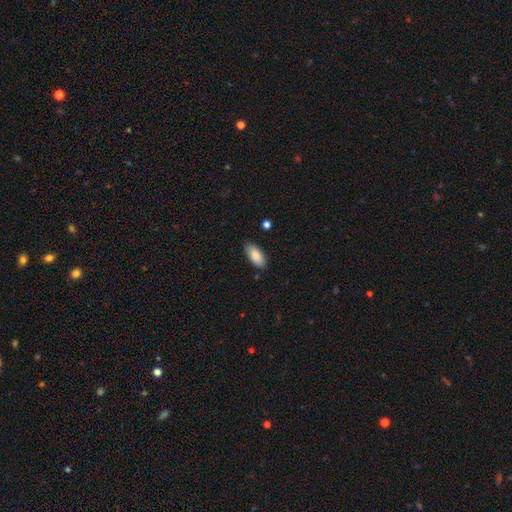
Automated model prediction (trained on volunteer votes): Smooth or featured: smooth — 85% (featured or disk — 9%)
How rounded: in between — 92% (cigar-shaped — 6%)
Merging: none — 85% (minor disturbance — 12%)